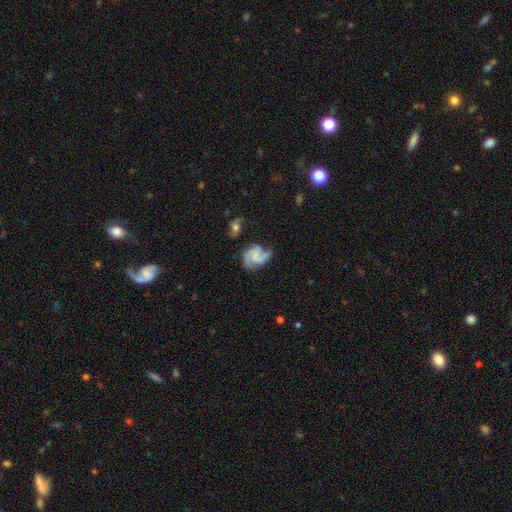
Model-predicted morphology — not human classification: A featured or disk galaxy (78%) with no bar (58%), 2 (51%) medium (48%) spiral arms (95%) and no central bulge (55%).

Vote fractions:
- Smooth or featured? featured or disk: 78% / smooth: 15% / star or artifact: 7%
- Edge-on disk? no: 98% / yes: 2%
- Bar? no: 58% / weak: 34% / strong: 8%
- Spiral arms? yes: 95% / no: 5%
- Spiral winding? medium: 48% / loose: 28% / tight: 24%
- Spiral arm count? 2: 51% / 3: 29% / can't tell: 9% / 1: 5% / 4: 3% / more than 4: 3%
- Bulge size? none: 55% / small: 27% / moderate: 13% / large: 3% / dominant: 1%
- Merging? none: 56% / minor disturbance: 23% / major disturbance: 16% / merger: 4%